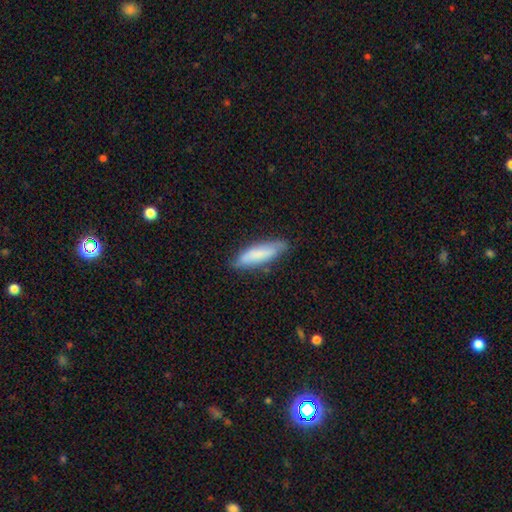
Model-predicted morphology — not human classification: type=smooth (74%); roundness=cigar-shaped (64%); merging=none (78%).